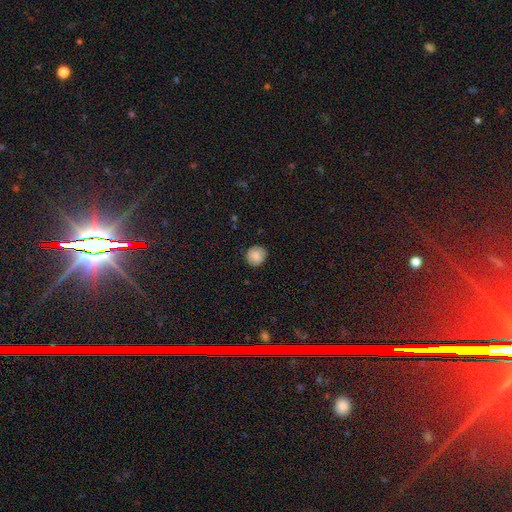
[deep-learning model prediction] Q: Smooth or featured?
A: smooth (84%); runner-up: star or artifact (8%)
Q: How rounded?
A: round (87%); runner-up: in between (12%)
Q: Merging?
A: none (83%); runner-up: minor disturbance (13%)